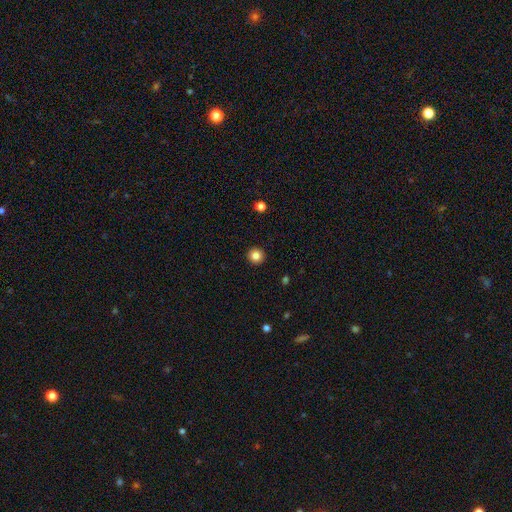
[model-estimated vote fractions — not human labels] A smooth galaxy with no disk features (84%) that is round (95%). Merging: none (94%).